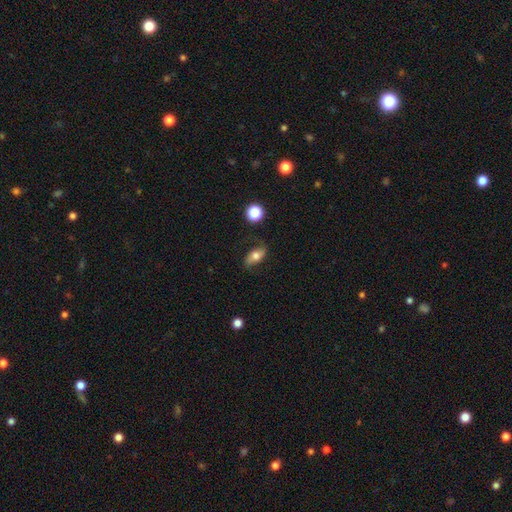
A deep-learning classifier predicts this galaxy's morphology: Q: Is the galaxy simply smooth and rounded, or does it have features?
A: smooth — 49%.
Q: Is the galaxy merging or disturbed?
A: none — 70%.